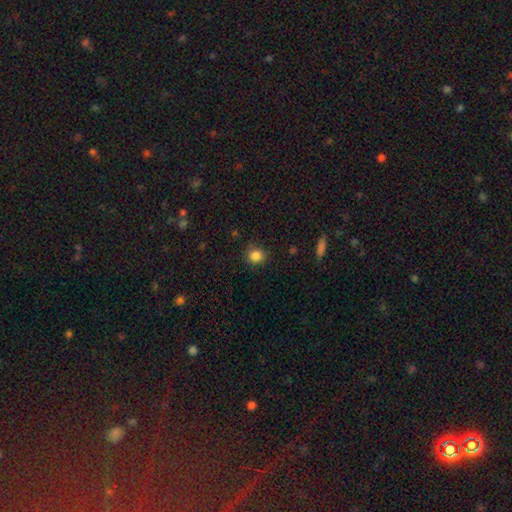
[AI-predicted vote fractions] The model was most divided on "merging": none: 82%, minor disturbance: 13%, major disturbance: 3%, merger: 1%. More confident: smooth or featured — smooth (86%); how rounded — round (84%).